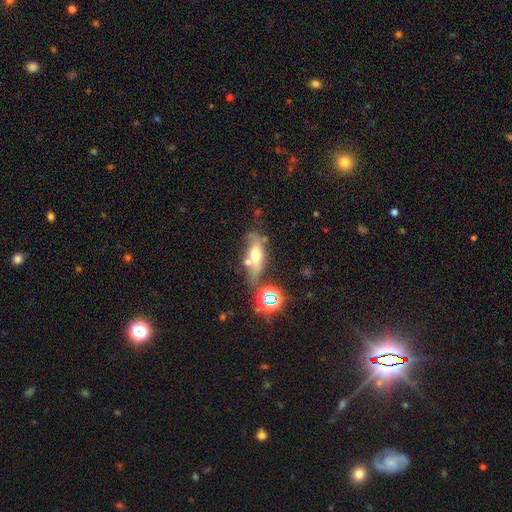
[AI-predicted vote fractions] Smooth or featured: smooth — 49% (featured or disk — 36%)
Merging: none — 45% (merger — 25%)